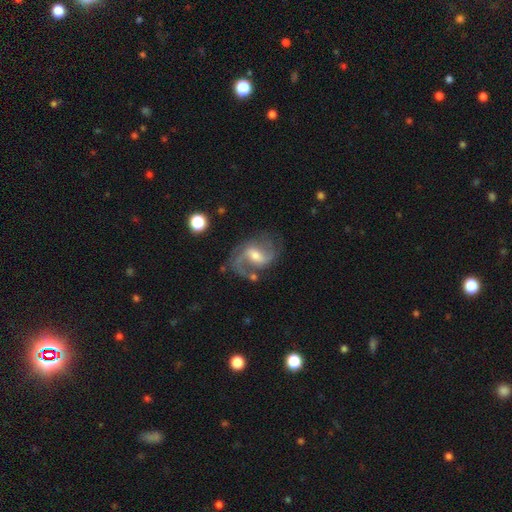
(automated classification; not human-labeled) Q: Smooth or featured?
A: featured or disk (87%); runner-up: smooth (7%)
Q: Edge-on disk?
A: no (98%); runner-up: yes (2%)
Q: Bar?
A: weak (53%); runner-up: strong (28%)
Q: Spiral arms?
A: yes (96%); runner-up: no (4%)
Q: Spiral winding?
A: medium (51%); runner-up: loose (35%)
Q: Spiral arm count?
A: 2 (75%); runner-up: 3 (8%)
Q: Bulge size?
A: moderate (56%); runner-up: small (34%)
Q: Merging?
A: none (63%); runner-up: minor disturbance (18%)